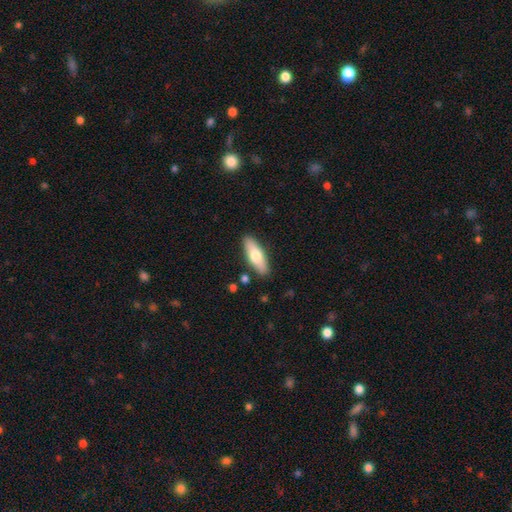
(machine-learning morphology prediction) smooth-or-featured: smooth: 66% | featured or disk: 28% | star or artifact: 6%
  how-rounded: in between: 59% | cigar-shaped: 39% | round: 2%
  merging: none: 87% | minor disturbance: 9% | merger: 2% | major disturbance: 2%